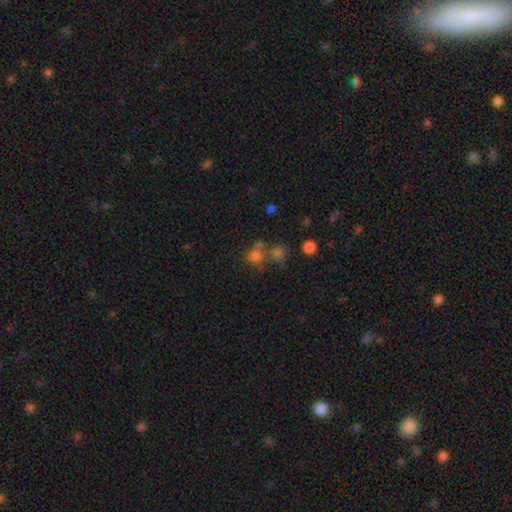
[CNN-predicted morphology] Overall: smooth (71%). How rounded: round (84%). Merging: none (51%; merger 34%).